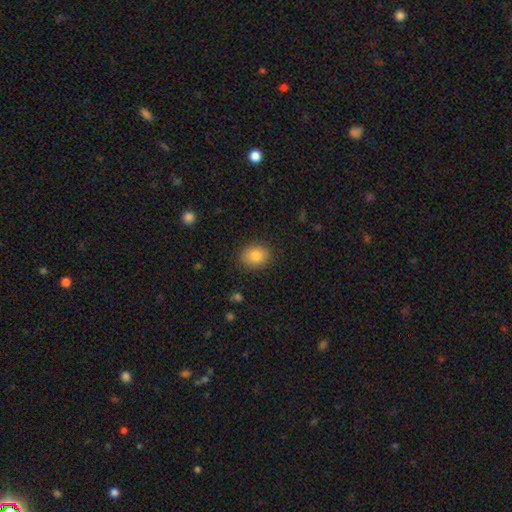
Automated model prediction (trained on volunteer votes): Overall: smooth (83%). How rounded: round (54%; in between 45%). Merging: none (87%).